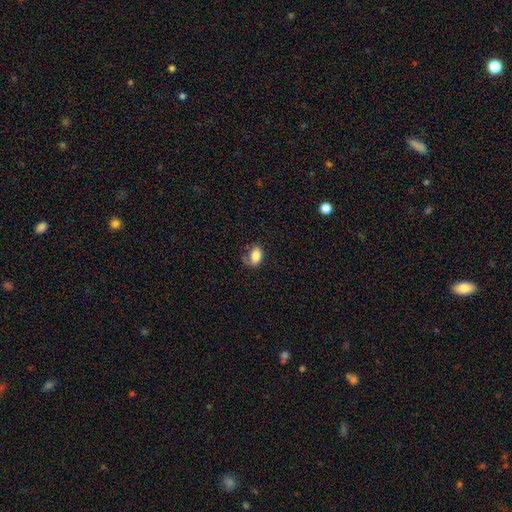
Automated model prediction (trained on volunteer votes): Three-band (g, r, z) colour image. It shows a smooth galaxy with no disk features (79%) that is in between round and cigar-shaped (86%). Merging: none (48%).